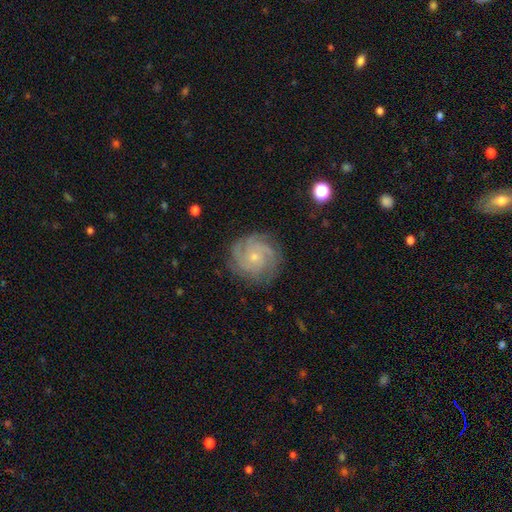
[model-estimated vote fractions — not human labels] Smooth or featured? featured or disk (84%)
Edge-on disk? no (98%)
Bar? no (79%)
Spiral arms? yes (97%)
Spiral winding? tight (67%)
Spiral arm count? 3 (33%)
Bulge size? small (76%)
Merging? none (82%)